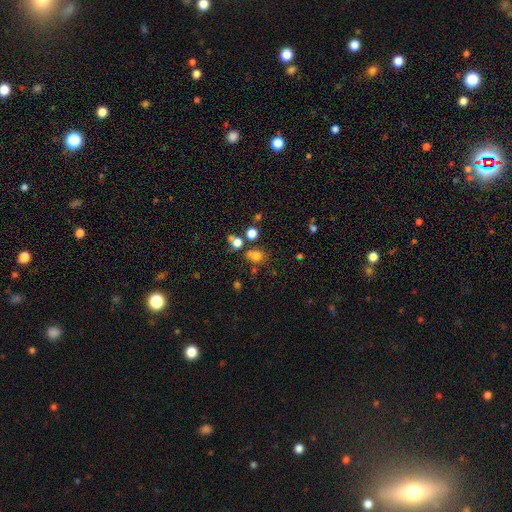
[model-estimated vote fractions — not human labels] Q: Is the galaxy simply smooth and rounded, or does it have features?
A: smooth — 68%.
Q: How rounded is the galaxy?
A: round — 68%.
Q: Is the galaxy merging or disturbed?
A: none — 57%.